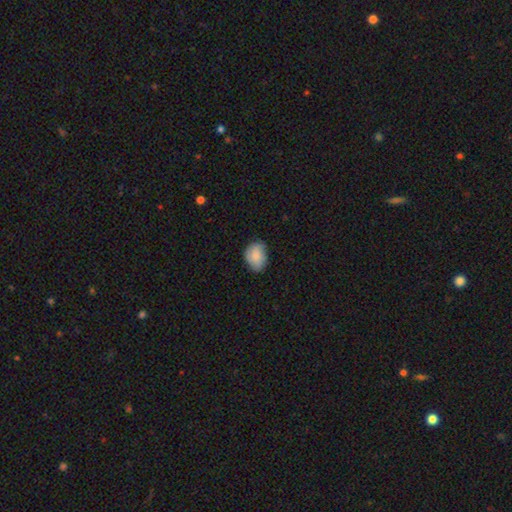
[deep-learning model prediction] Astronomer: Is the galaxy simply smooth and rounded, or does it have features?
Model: smooth — 81%.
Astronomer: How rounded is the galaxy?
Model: in between — 63%.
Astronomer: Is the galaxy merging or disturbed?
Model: none — 66%.